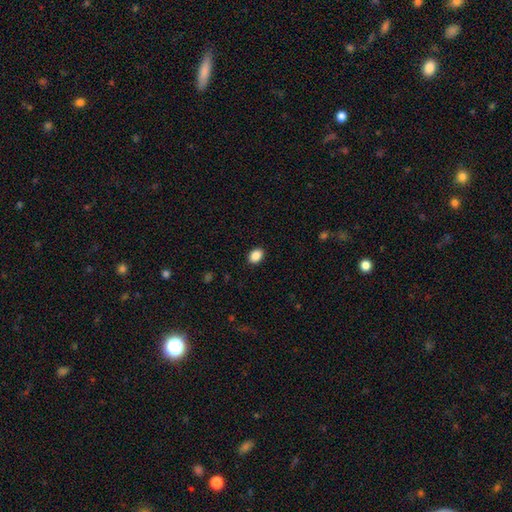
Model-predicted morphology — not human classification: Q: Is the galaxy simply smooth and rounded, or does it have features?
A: smooth — 88%.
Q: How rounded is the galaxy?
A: in between — 75%.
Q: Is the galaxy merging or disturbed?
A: none — 90%.